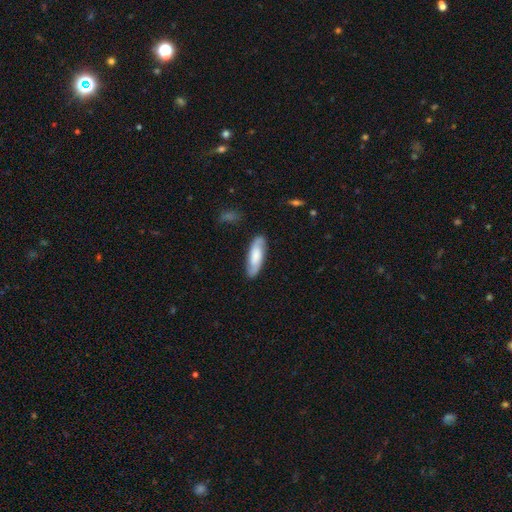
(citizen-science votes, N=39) A smooth galaxy with no disk features (51%) that is in between round and cigar-shaped (65%).

Vote fractions:
- Smooth or featured? smooth: 51% / featured or disk: 49% / star or artifact: 0%
- How rounded? in between: 65% / cigar-shaped: 35% / round: 0%
- Merging? none: 90% / major disturbance: 8% / minor disturbance: 3% / merger: 0%